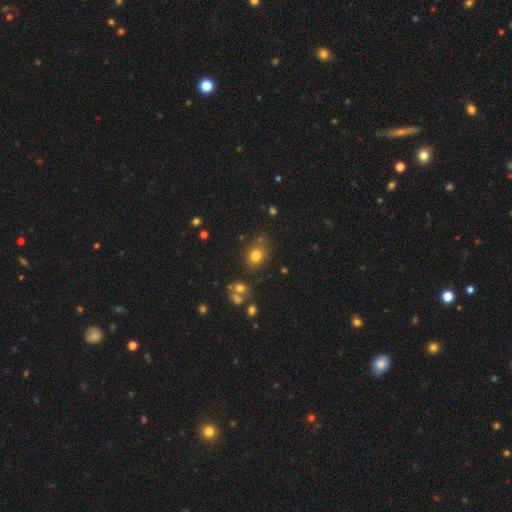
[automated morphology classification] This is likely a smooth galaxy (76%). How rounded: possibly round (56%). Merging: likely none (71%).